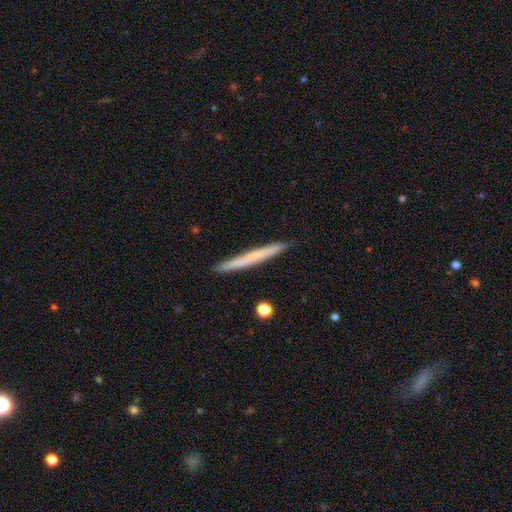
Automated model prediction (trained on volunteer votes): Overall: smooth (57%; featured or disk 37%). How rounded: cigar-shaped (97%). Merging: none (91%).